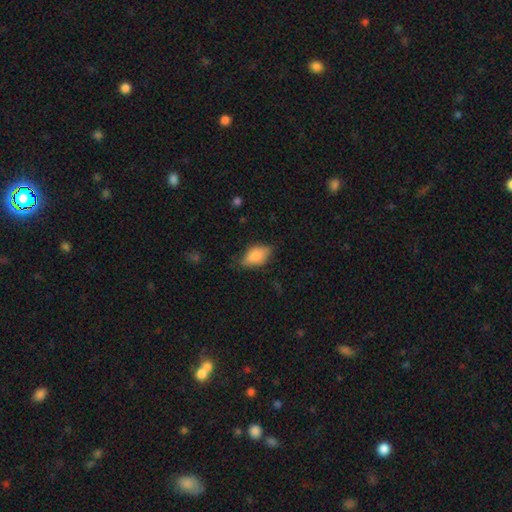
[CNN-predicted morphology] Q: Smooth or featured?
A: smooth (77%); runner-up: featured or disk (15%)
Q: How rounded?
A: in between (89%); runner-up: cigar-shaped (6%)
Q: Merging?
A: none (68%); runner-up: minor disturbance (25%)